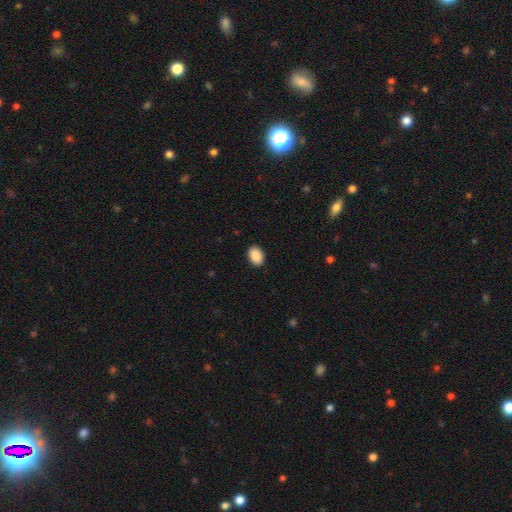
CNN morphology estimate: A smooth galaxy with no disk features (90%) that is in between round and cigar-shaped (82%).

Vote fractions:
- Smooth or featured? smooth: 90% / star or artifact: 7% / featured or disk: 3%
- How rounded? in between: 82% / round: 17% / cigar-shaped: 1%
- Merging? none: 90% / minor disturbance: 7% / major disturbance: 2% / merger: 1%